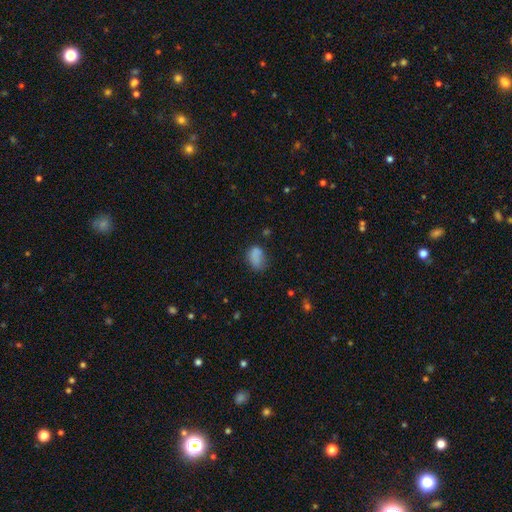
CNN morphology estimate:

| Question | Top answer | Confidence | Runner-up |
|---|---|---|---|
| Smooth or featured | smooth | 80% | star or artifact (11%) |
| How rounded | in between | 83% | round (15%) |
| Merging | none | 51% | minor disturbance (31%) |